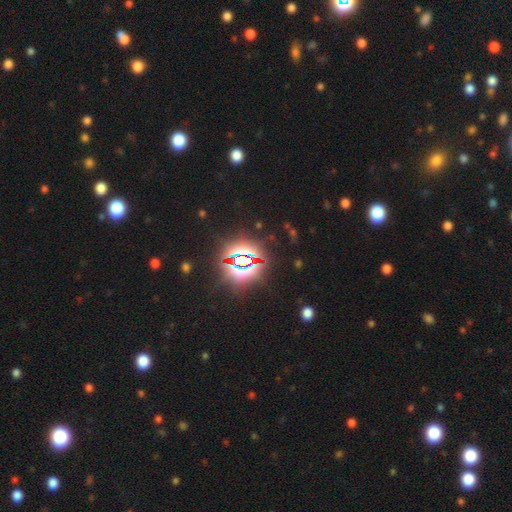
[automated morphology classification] The model was most divided on "smooth or featured": star or artifact: 83%, smooth: 11%, featured or disk: 6%.